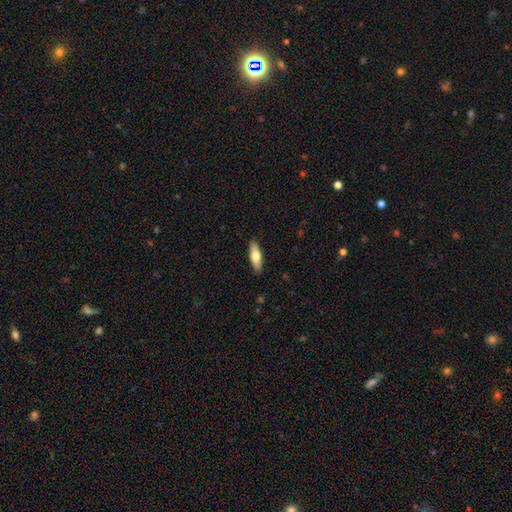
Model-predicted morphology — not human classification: Overall: smooth (66%; featured or disk 29%). How rounded: in between (50%; cigar-shaped 48%). Merging: none (90%).